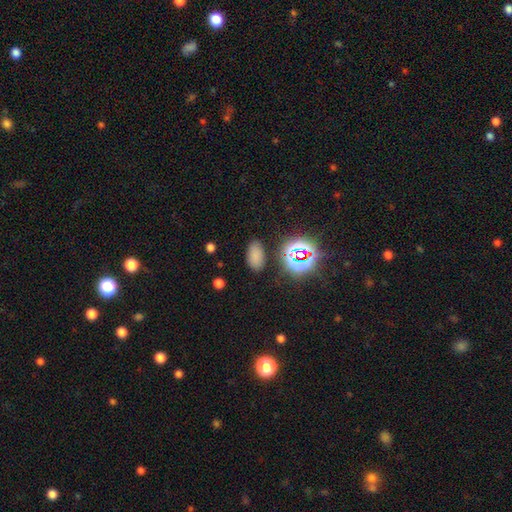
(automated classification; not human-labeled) Smooth or featured? smooth (71%)
How rounded? in between (92%)
Merging? none (84%)